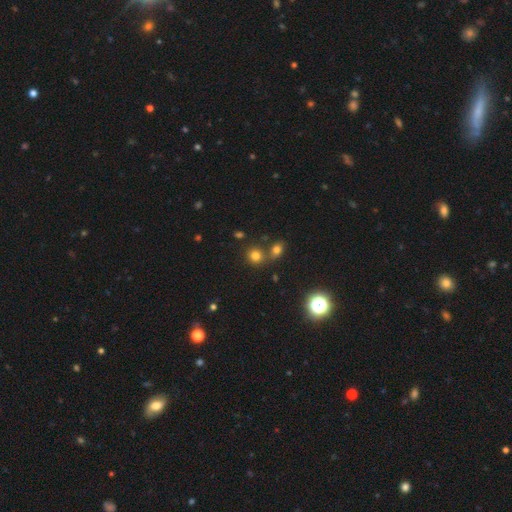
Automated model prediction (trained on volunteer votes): A smooth galaxy with no disk features (72%) that is round (83%).

Vote fractions:
- Smooth or featured? smooth: 72% / star or artifact: 20% / featured or disk: 8%
- How rounded? round: 83% / in between: 15% / cigar-shaped: 1%
- Merging? none: 63% / merger: 25% / minor disturbance: 8% / major disturbance: 3%